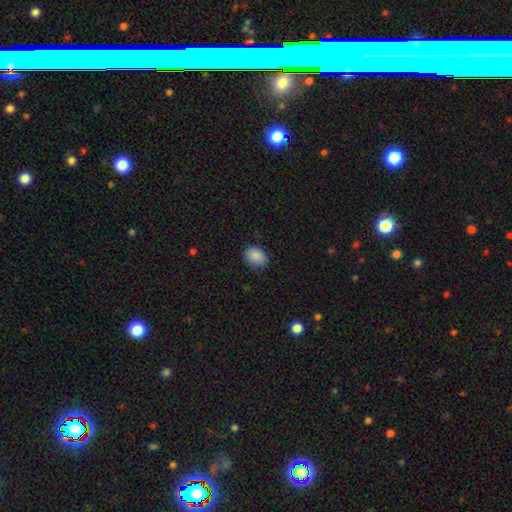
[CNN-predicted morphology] Smooth or featured? smooth (88%)
How rounded? in between (76%)
Merging? none (76%)